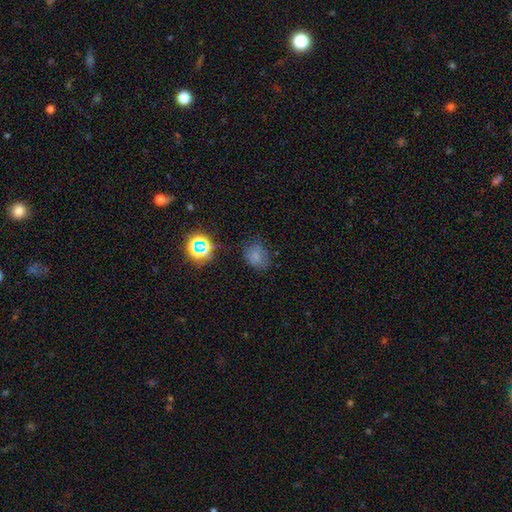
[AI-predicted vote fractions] Morphology: type=smooth (63%); roundness=in between (50%); merging=none (67%).